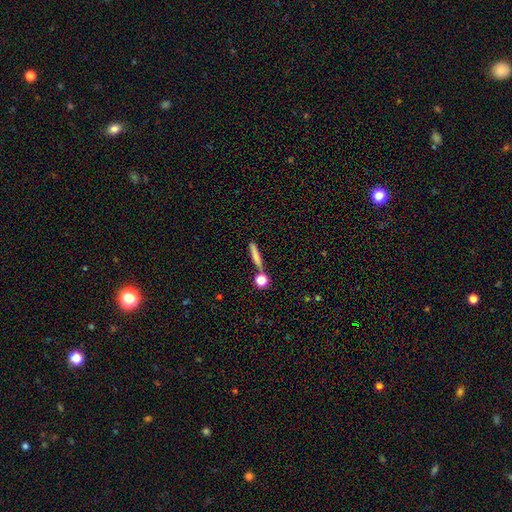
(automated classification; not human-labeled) This appears to be a smooth galaxy with no disk features (71%) that is cigar-shaped (82%). Merging: none (74%).